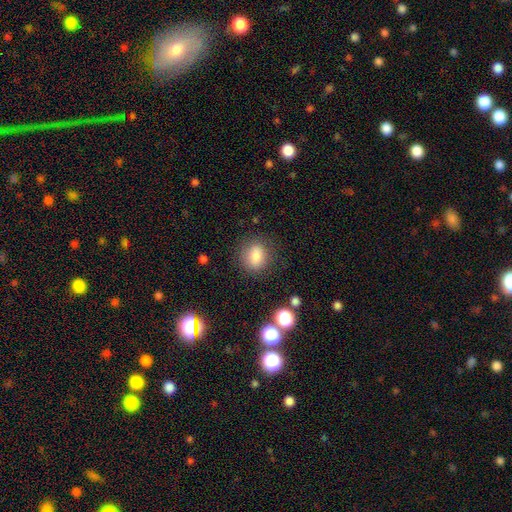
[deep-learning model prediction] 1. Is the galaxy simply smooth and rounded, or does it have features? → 82% smooth, 11% star or artifact, 7% featured or disk.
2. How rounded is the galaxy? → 59% round, 40% in between, 1% cigar-shaped.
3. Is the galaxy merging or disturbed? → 83% none, 11% minor disturbance, 4% major disturbance, 2% merger.